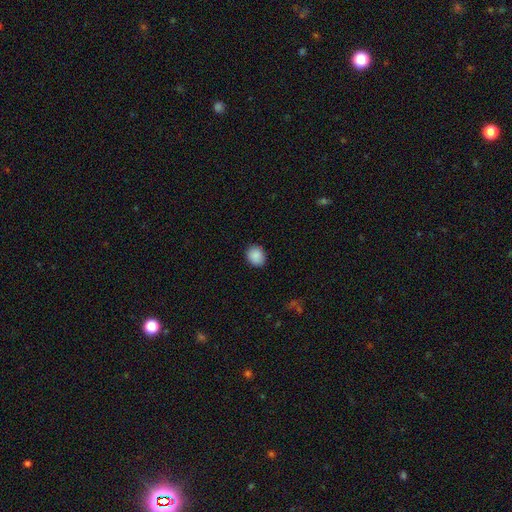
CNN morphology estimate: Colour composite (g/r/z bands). It shows a smooth galaxy with no disk features (89%) that is round (66%). Merging: none (87%).